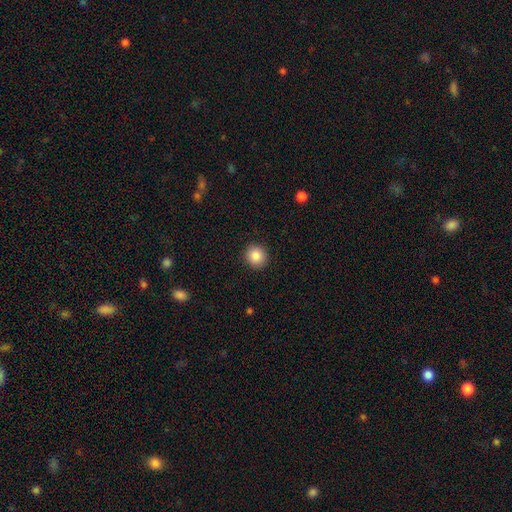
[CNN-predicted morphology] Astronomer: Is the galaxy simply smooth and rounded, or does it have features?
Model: smooth — 86%.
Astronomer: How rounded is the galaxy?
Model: round — 90%.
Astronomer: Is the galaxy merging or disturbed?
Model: none — 92%.